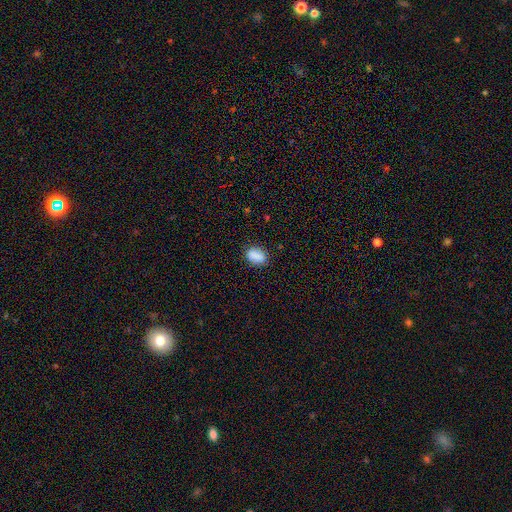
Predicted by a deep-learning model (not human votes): Smooth or featured? smooth (87%)
How rounded? in between (82%)
Merging? none (81%)